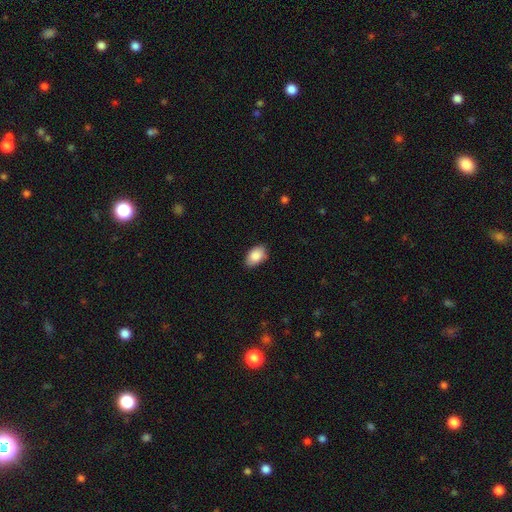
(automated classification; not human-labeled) A smooth galaxy with no disk features (88%) that is in between round and cigar-shaped (91%). Merging: none (84%).